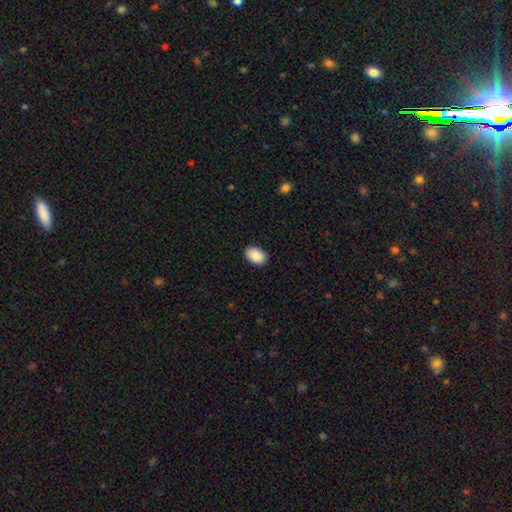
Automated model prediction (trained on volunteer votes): A smooth galaxy with no disk features (90%) that is in between round and cigar-shaped (87%).

Vote fractions:
- Smooth or featured? smooth: 90% / star or artifact: 7% / featured or disk: 3%
- How rounded? in between: 87% / round: 12% / cigar-shaped: 1%
- Merging? none: 89% / minor disturbance: 8% / major disturbance: 2% / merger: 1%